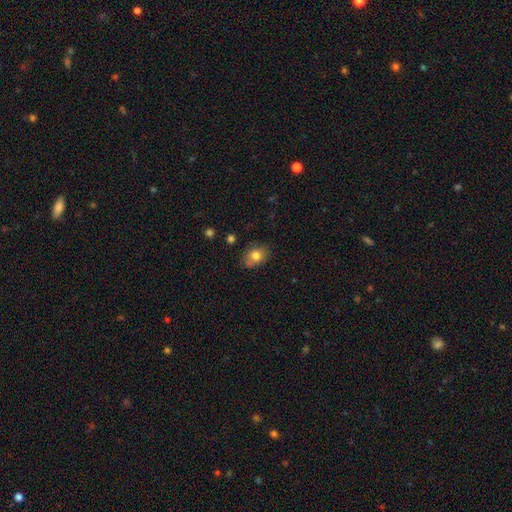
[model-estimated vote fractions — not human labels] smooth_or_featured: smooth (p=0.77) [alt: featured or disk p=0.13]
how_rounded: in between (p=0.63) [alt: round p=0.36]
merging: none (p=0.76) [alt: minor disturbance p=0.18]